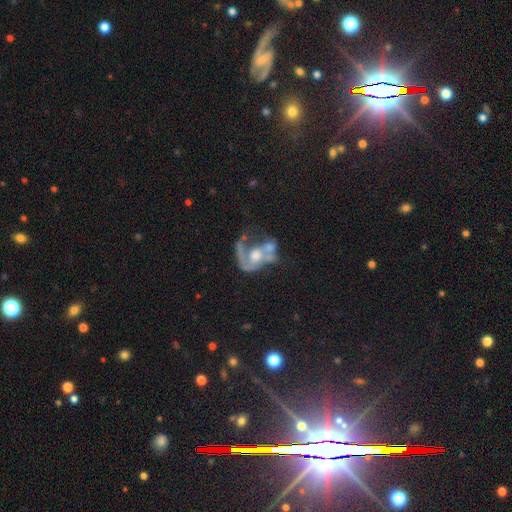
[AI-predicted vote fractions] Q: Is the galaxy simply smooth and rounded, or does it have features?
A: featured or disk — 70%.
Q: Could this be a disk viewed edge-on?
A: no — 97%.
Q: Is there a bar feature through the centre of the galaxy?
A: no — 75%.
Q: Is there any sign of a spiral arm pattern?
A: yes — 63%.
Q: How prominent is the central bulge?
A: moderate — 62%.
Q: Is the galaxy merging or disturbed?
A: merger — 46%.